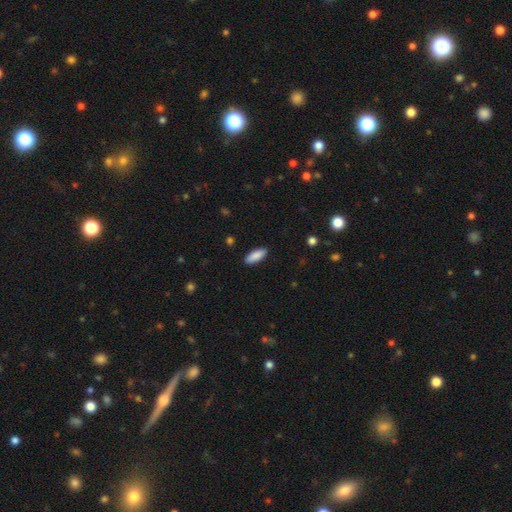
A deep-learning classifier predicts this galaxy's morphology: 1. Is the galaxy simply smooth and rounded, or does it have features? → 89% smooth, 6% star or artifact, 6% featured or disk.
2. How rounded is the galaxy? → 72% in between, 27% cigar-shaped, 2% round.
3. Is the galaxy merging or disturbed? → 90% none, 7% minor disturbance, 2% major disturbance, 1% merger.